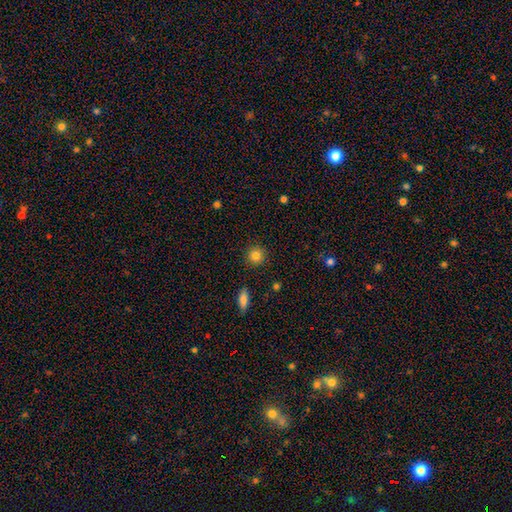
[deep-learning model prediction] A smooth galaxy with no disk features (85%) that is round (92%). Merging: none (91%).